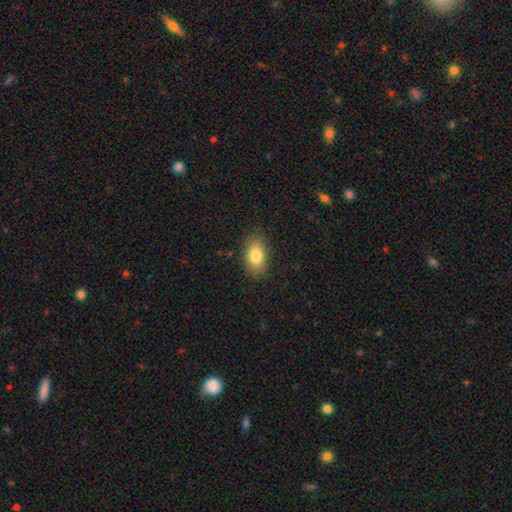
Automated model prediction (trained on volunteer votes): The model was most divided on "smooth or featured": smooth: 82%, featured or disk: 10%, star or artifact: 7%. More confident: how rounded — in between (90%); merging — none (85%).